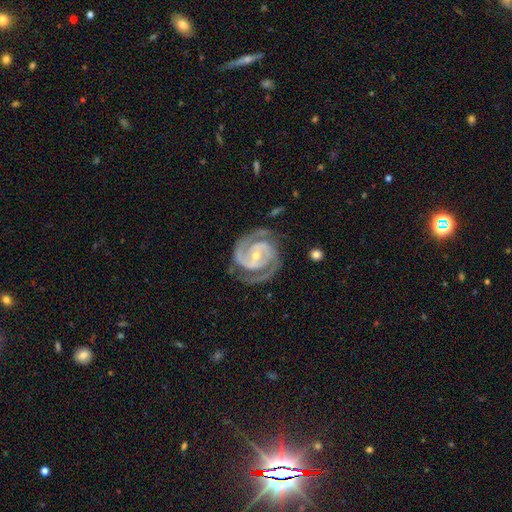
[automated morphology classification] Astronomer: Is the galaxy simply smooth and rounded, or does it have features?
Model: featured or disk — 93%.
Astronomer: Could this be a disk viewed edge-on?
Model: no — 98%.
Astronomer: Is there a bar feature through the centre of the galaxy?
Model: no — 39% (runner-up: weak, 37%).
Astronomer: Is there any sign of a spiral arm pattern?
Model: yes — 99%.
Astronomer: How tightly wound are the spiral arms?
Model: tight — 62%.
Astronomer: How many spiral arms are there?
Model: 2 — 88%.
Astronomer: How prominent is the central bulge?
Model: small — 63%.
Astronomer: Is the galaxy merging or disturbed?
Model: none — 76%.